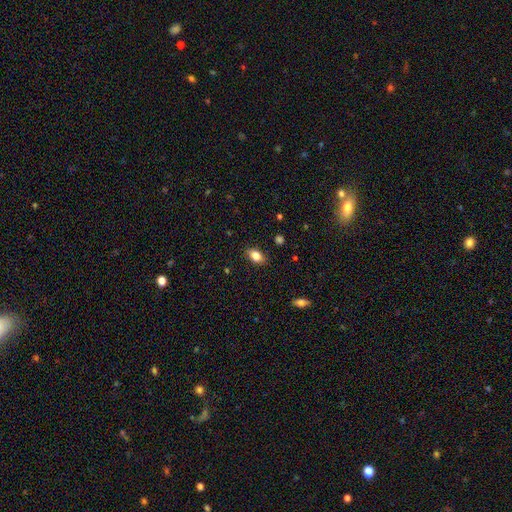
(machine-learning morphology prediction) Smooth or featured: smooth — 83% (star or artifact — 9%)
How rounded: in between — 85% (round — 12%)
Merging: none — 85% (minor disturbance — 12%)